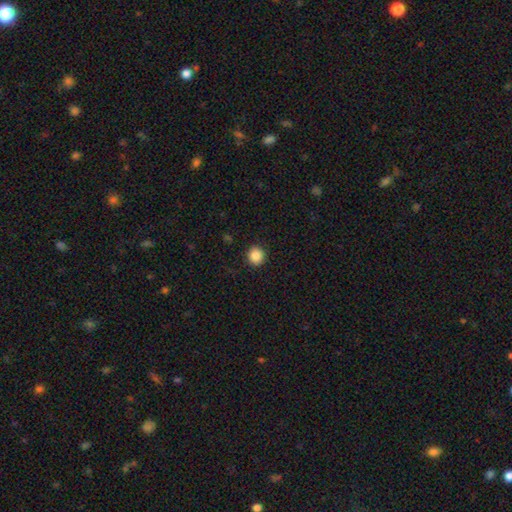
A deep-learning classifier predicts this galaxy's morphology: Overall: smooth (87%). How rounded: round (93%). Merging: none (92%).